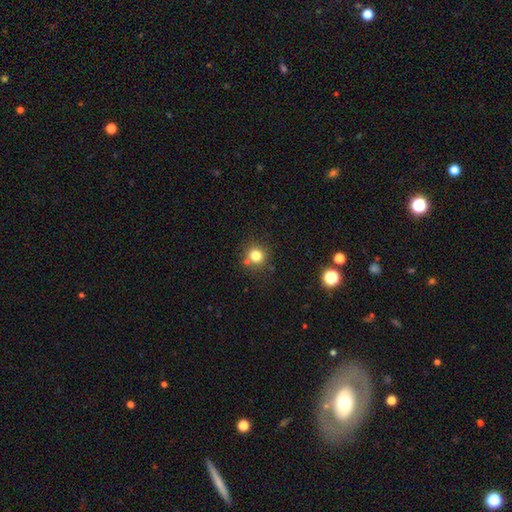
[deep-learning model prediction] Smooth or featured? smooth (79%)
How rounded? round (91%)
Merging? none (78%)